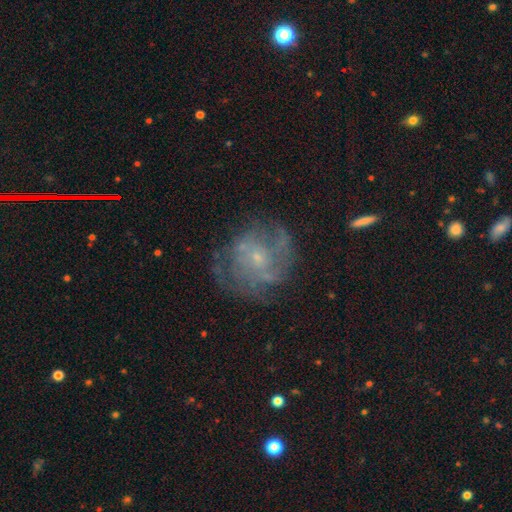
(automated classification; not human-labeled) Smooth or featured? featured or disk (71%)
Edge-on disk? no (97%)
Bar? no (73%)
Spiral arms? yes (79%)
Spiral winding? tight (43%)
Spiral arm count? can't tell (44%)
Bulge size? small (76%)
Merging? none (68%)